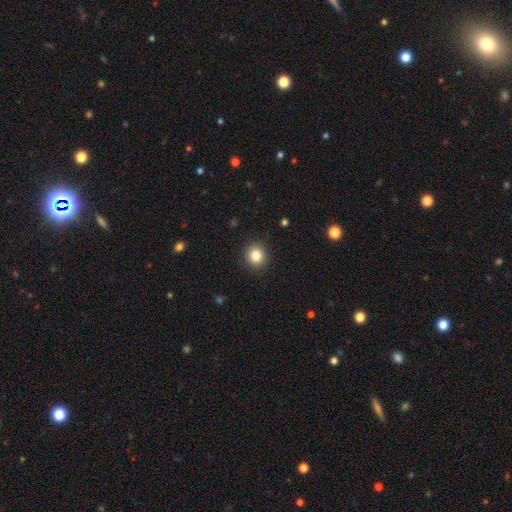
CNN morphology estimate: Smooth or featured?
  - smooth: 84% *
  - star or artifact: 11%
  - featured or disk: 5%
How rounded?
  - round: 87% *
  - in between: 12%
  - cigar-shaped: 1%
Merging?
  - none: 91% *
  - minor disturbance: 6%
  - major disturbance: 2%
  - merger: 1%